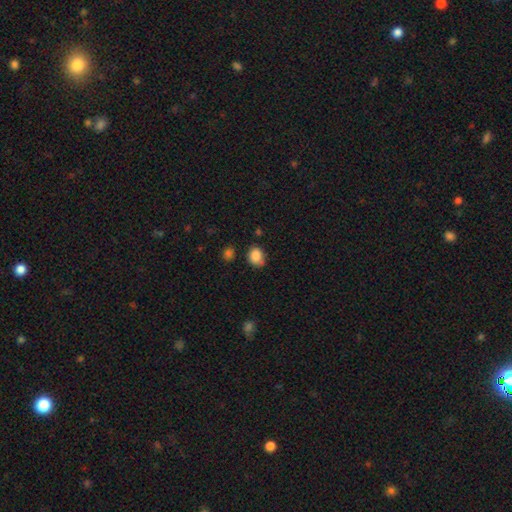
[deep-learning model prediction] Smooth or featured?
  - smooth: 85% *
  - star or artifact: 10%
  - featured or disk: 6%
How rounded?
  - round: 53% *
  - in between: 46%
  - cigar-shaped: 1%
Merging?
  - none: 64% *
  - minor disturbance: 27%
  - major disturbance: 5%
  - merger: 4%